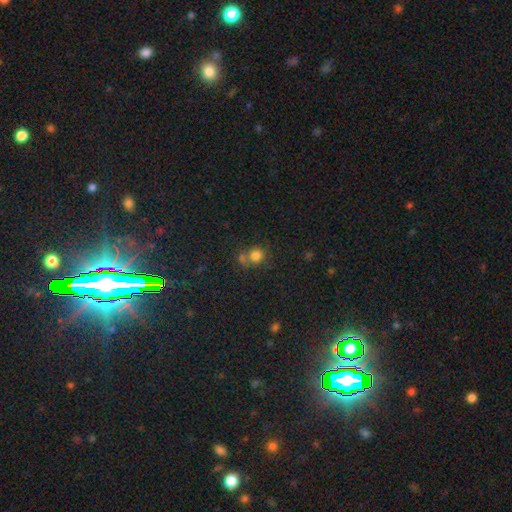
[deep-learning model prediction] smooth 78%, star or artifact 14%, featured or disk 8%. Down the decision tree: how rounded — round (83%); merging — none (49%).